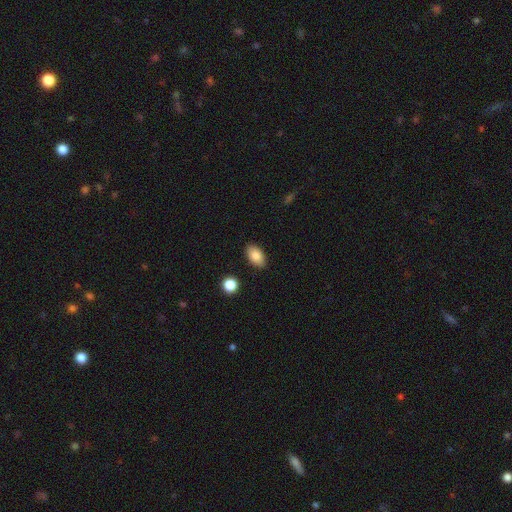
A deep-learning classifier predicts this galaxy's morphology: A smooth galaxy with no disk features (86%) that is in between round and cigar-shaped (92%). Merging: none (88%).